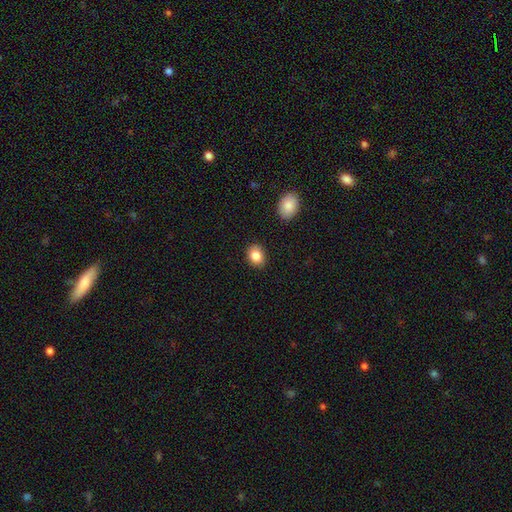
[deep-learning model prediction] smooth-or-featured: smooth: 86% | star or artifact: 8% | featured or disk: 6%
  how-rounded: in between: 57% | round: 42% | cigar-shaped: 1%
  merging: none: 88% | minor disturbance: 8% | major disturbance: 2% | merger: 2%